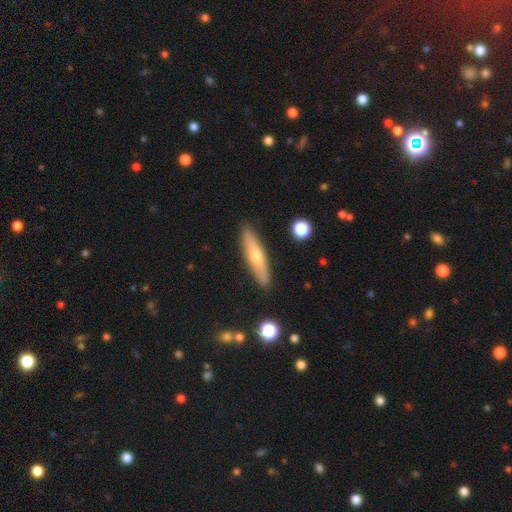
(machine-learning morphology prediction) Q: Smooth or featured?
A: smooth (50%); runner-up: featured or disk (43%)
Q: How rounded?
A: cigar-shaped (80%); runner-up: in between (18%)
Q: Merging?
A: none (89%); runner-up: minor disturbance (8%)